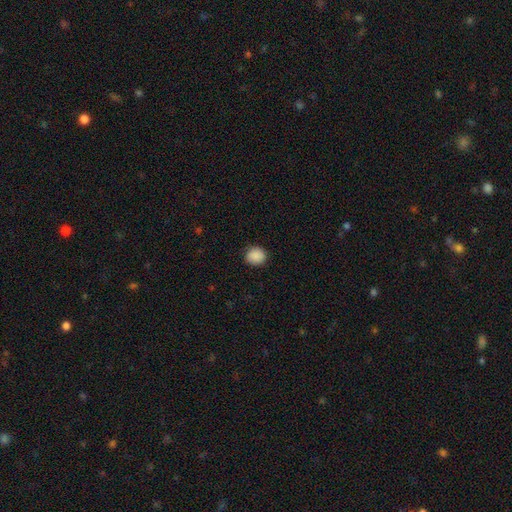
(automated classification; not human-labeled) Overall: smooth (89%). How rounded: round (76%). Merging: none (86%).